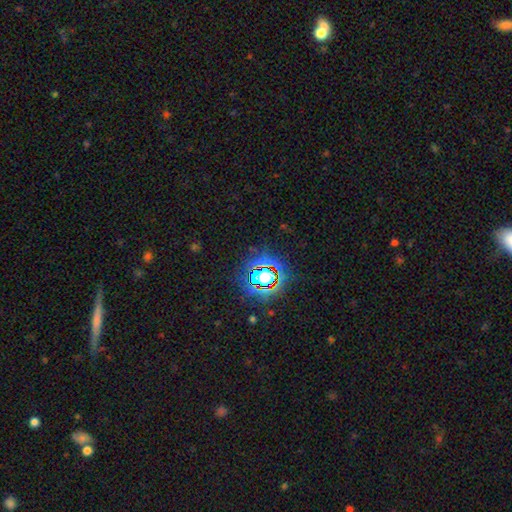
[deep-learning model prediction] smooth-or-featured: star or artifact: 73% | smooth: 17% | featured or disk: 10%